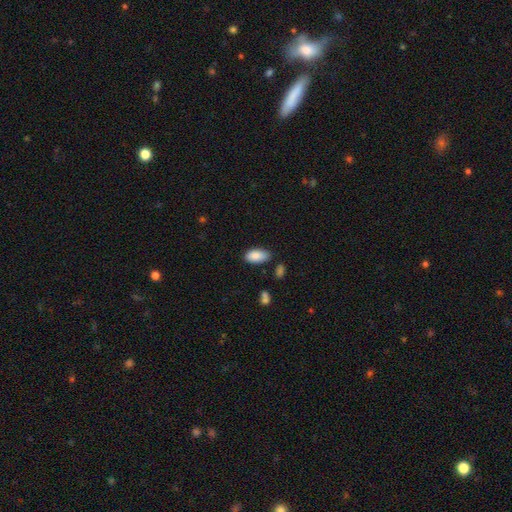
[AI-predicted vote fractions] Overall: smooth (88%). How rounded: in between (94%). Merging: none (75%).